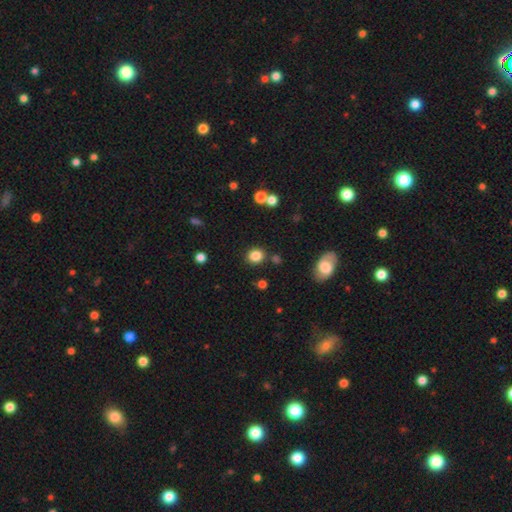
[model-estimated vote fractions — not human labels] smooth-or-featured: smooth: 84% | star or artifact: 11% | featured or disk: 5%
  how-rounded: round: 78% | in between: 21% | cigar-shaped: 1%
  merging: none: 85% | minor disturbance: 8% | merger: 4% | major disturbance: 3%